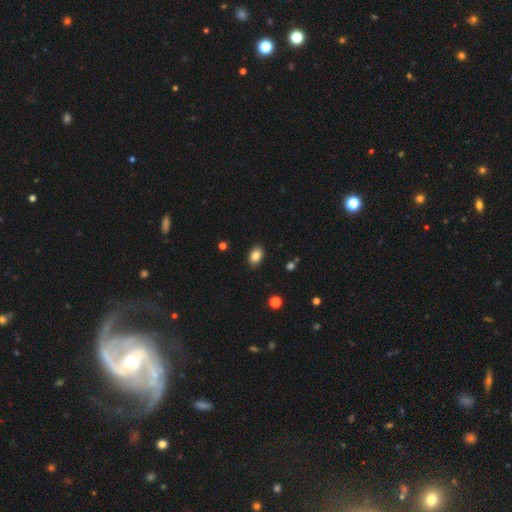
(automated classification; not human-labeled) The model was most divided on "how rounded": in between: 83%, round: 16%, cigar-shaped: 1%. More confident: merging — none (87%); smooth or featured — smooth (85%).